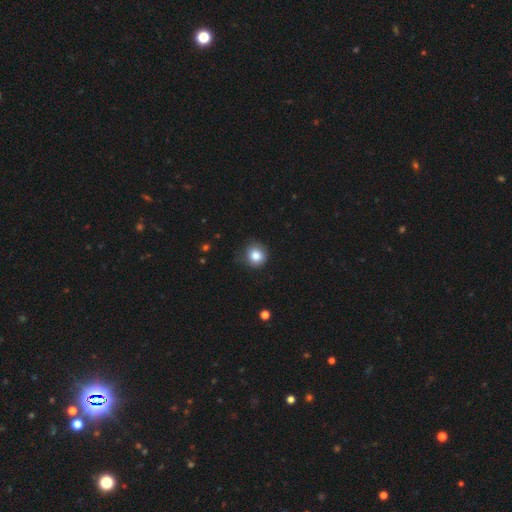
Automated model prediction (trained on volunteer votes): smooth 84%, star or artifact 10%, featured or disk 6%. Down the decision tree: how rounded — round (87%); merging — none (77%).